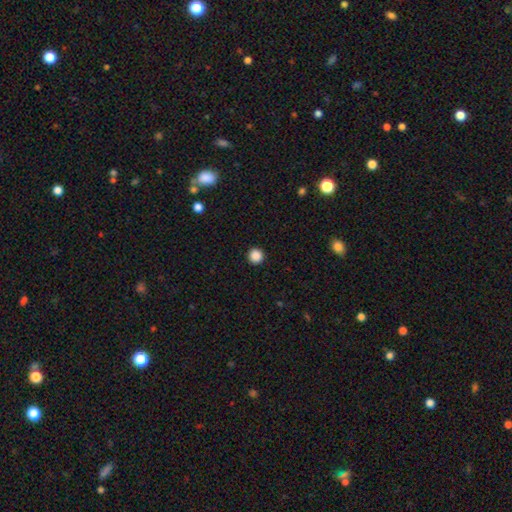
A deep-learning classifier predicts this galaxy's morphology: smooth-or-featured: smooth: 88% | star or artifact: 10% | featured or disk: 2%
  how-rounded: round: 96% | in between: 3% | cigar-shaped: 1%
  merging: none: 94% | minor disturbance: 4% | major disturbance: 1% | merger: 1%